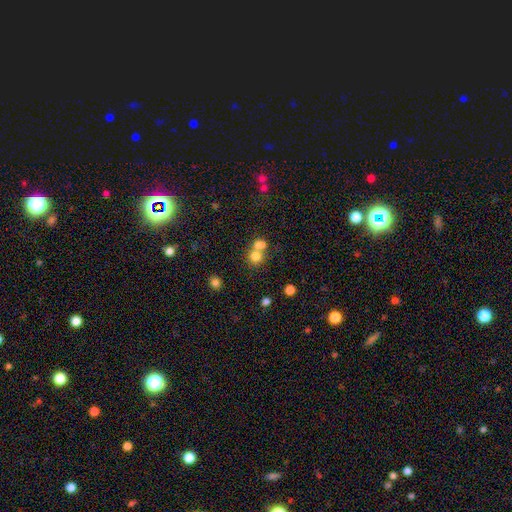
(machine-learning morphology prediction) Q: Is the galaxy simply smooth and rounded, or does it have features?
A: smooth — 74%.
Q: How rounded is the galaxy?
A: round — 81%.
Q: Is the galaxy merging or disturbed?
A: merger — 52%.